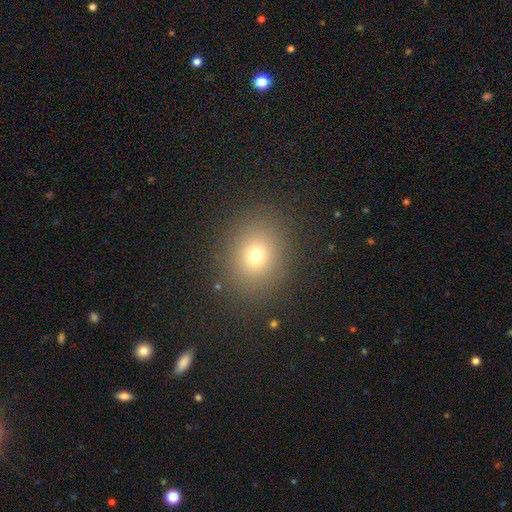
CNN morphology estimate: A smooth galaxy with no disk features (71%) that is round (75%). Merging: none (87%).